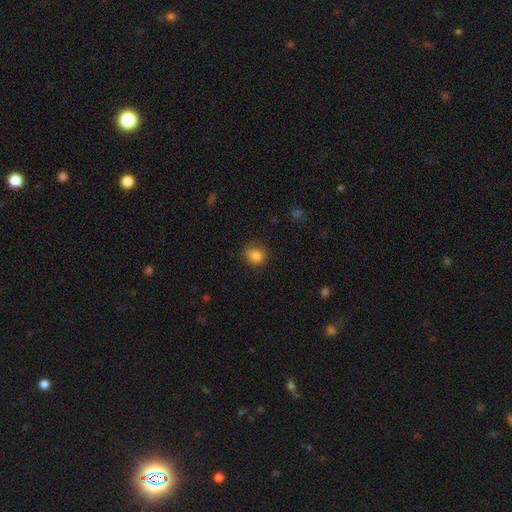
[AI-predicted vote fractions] Smooth or featured?
  - smooth: 84% *
  - star or artifact: 10%
  - featured or disk: 6%
How rounded?
  - round: 78% *
  - in between: 21%
  - cigar-shaped: 1%
Merging?
  - none: 76% *
  - minor disturbance: 18%
  - major disturbance: 5%
  - merger: 1%